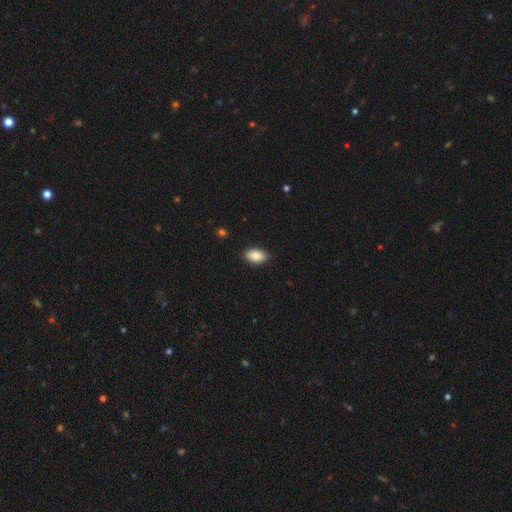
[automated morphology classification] smooth-or-featured: smooth: 88% | star or artifact: 7% | featured or disk: 5%
  how-rounded: in between: 92% | round: 5% | cigar-shaped: 2%
  merging: none: 87% | minor disturbance: 10% | major disturbance: 2% | merger: 1%